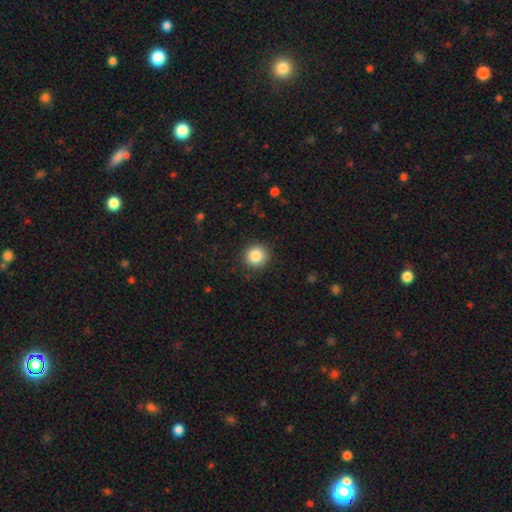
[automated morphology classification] Q: Smooth or featured?
A: smooth (86%); runner-up: star or artifact (9%)
Q: How rounded?
A: round (93%); runner-up: in between (6%)
Q: Merging?
A: none (91%); runner-up: minor disturbance (6%)